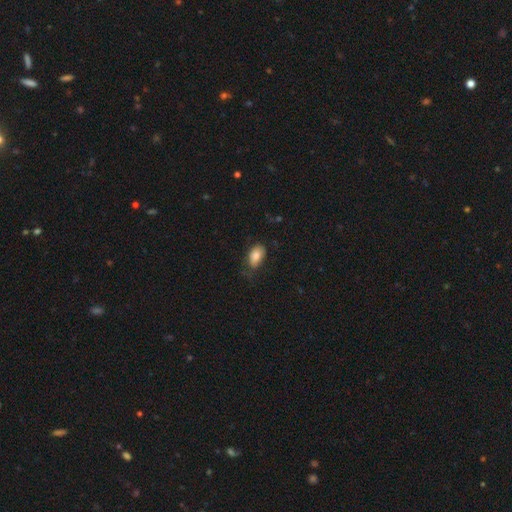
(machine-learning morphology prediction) This appears to be a smooth galaxy with no disk features (83%) that is in between round and cigar-shaped (91%). Merging: none (61%).